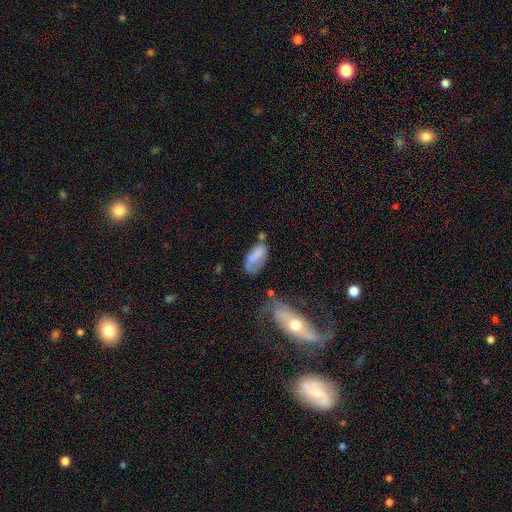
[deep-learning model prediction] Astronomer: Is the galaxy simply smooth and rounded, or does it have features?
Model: smooth — 65%.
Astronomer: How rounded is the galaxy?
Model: in between — 90%.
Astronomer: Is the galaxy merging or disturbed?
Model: none — 35% (runner-up: minor disturbance, 28%).